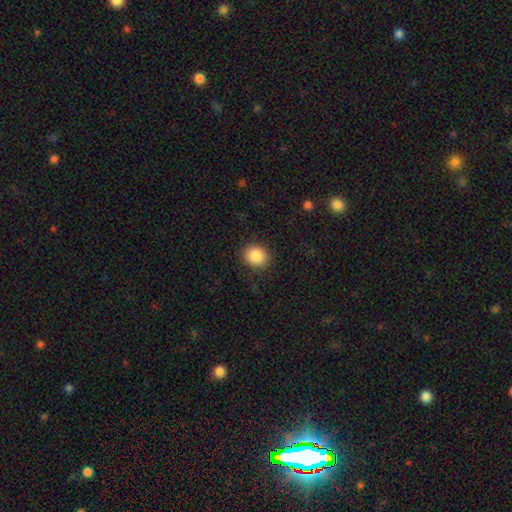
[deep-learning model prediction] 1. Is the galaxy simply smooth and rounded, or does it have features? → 88% smooth, 8% star or artifact, 3% featured or disk.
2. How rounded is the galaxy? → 72% round, 27% in between, 1% cigar-shaped.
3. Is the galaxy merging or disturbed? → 87% none, 9% minor disturbance, 3% major disturbance, 1% merger.